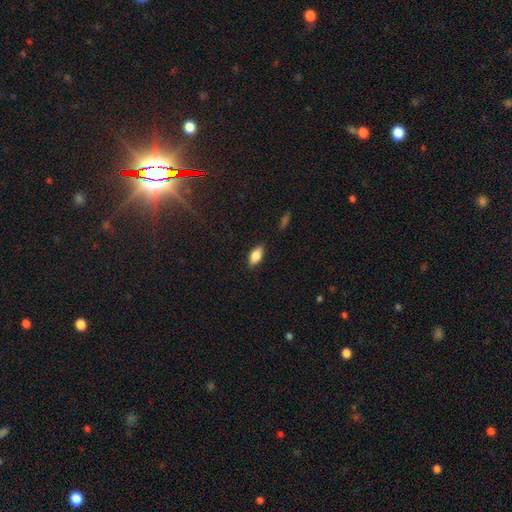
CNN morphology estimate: smooth_or_featured: smooth (p=0.79) [alt: featured or disk p=0.13]
how_rounded: in between (p=0.87) [alt: cigar-shaped p=0.10]
merging: none (p=0.85) [alt: minor disturbance p=0.12]